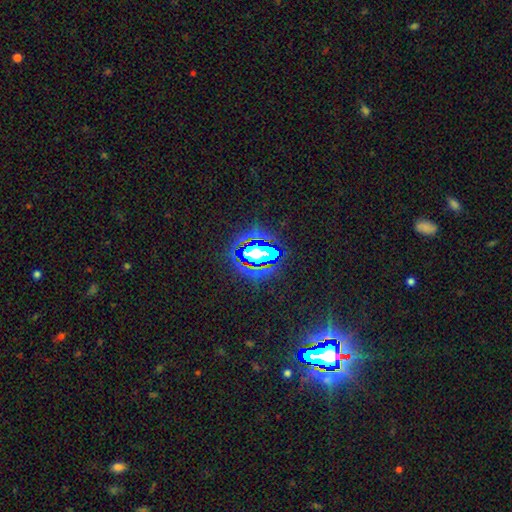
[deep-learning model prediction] Smooth or featured? star or artifact (59%)